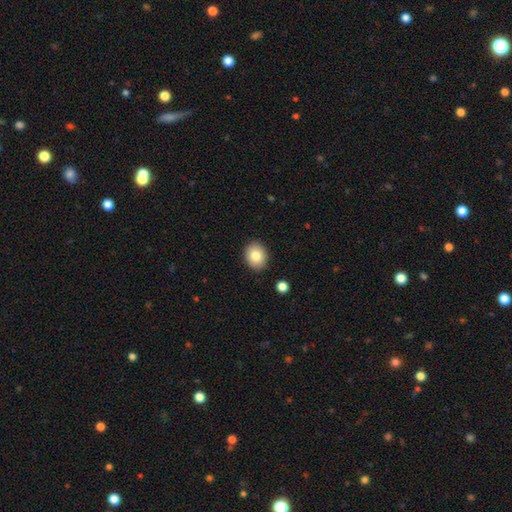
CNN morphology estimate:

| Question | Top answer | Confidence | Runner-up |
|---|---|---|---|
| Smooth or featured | smooth | 83% | featured or disk (9%) |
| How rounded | round | 57% | in between (42%) |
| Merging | none | 90% | minor disturbance (7%) |